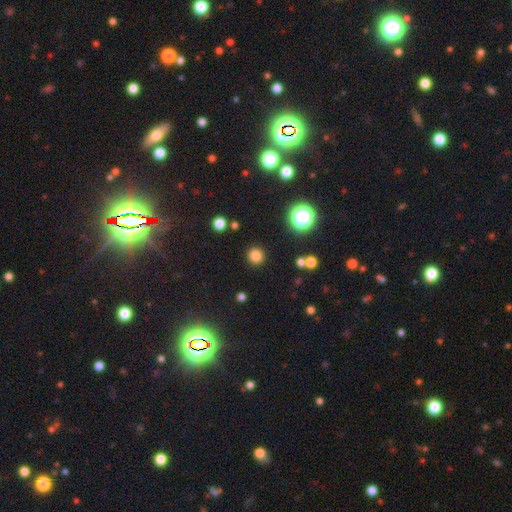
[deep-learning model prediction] A smooth galaxy with no disk features (80%) that is round (91%).

Vote fractions:
- Smooth or featured? smooth: 80% / star or artifact: 16% / featured or disk: 4%
- How rounded? round: 91% / in between: 8% / cigar-shaped: 1%
- Merging? none: 90% / minor disturbance: 6% / major disturbance: 2% / merger: 2%